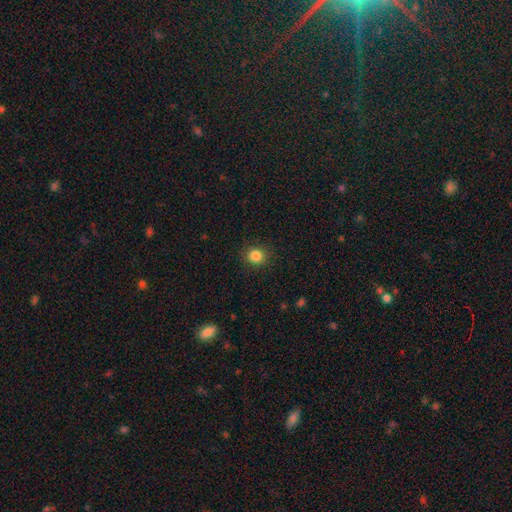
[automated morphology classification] Smooth or featured? smooth (85%)
How rounded? round (85%)
Merging? none (89%)